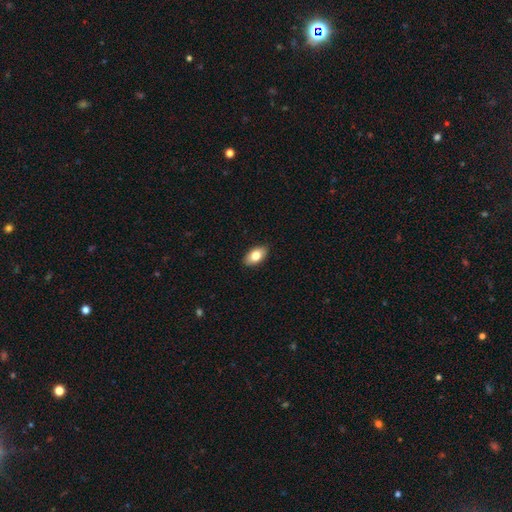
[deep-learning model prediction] This is likely a smooth galaxy (80%). How rounded: clearly in between (93%). Merging: clearly none (88%).